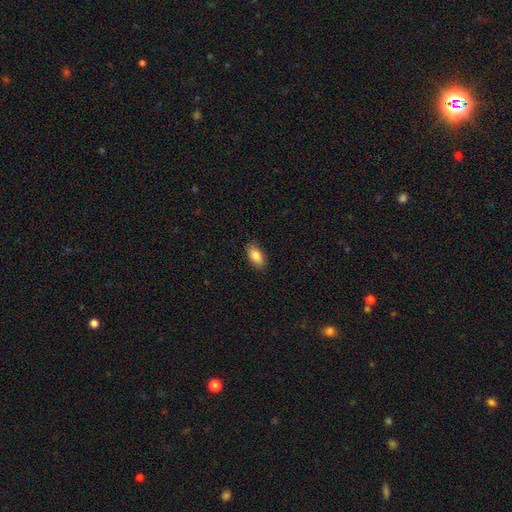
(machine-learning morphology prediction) A smooth galaxy with no disk features (86%) that is in between round and cigar-shaped (91%). Merging: none (88%).